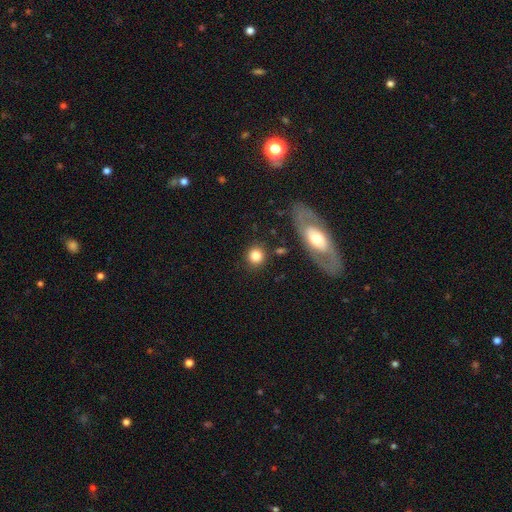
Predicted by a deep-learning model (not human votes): This is clearly a smooth galaxy (82%). How rounded: clearly round (88%). Merging: clearly none (82%).